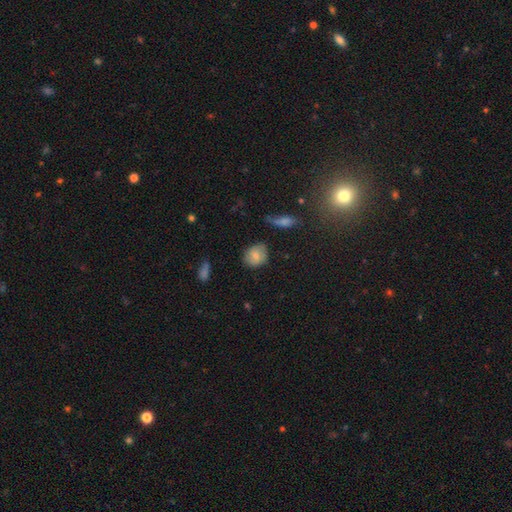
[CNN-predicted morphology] smooth 75%, featured or disk 16%, star or artifact 9%. Down the decision tree: how rounded — round (62%); merging — none (76%).